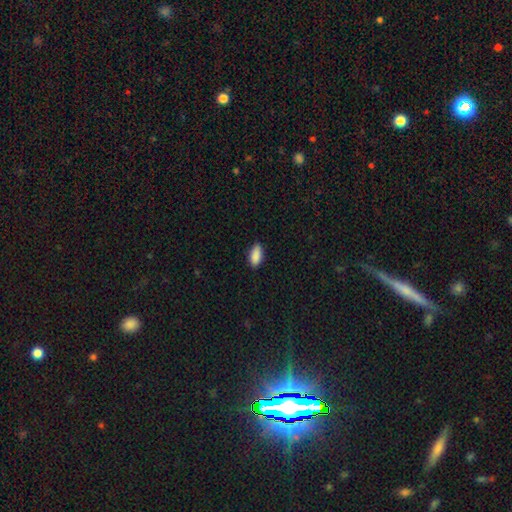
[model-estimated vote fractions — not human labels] Smooth or featured? smooth (90%)
How rounded? in between (90%)
Merging? none (85%)